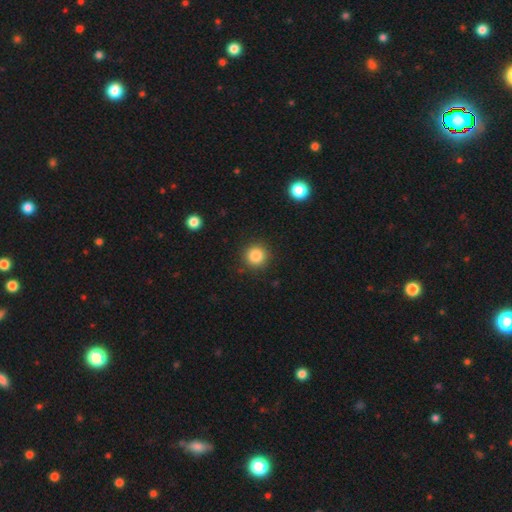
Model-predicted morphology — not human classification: Smooth or featured? smooth (85%)
How rounded? round (94%)
Merging? none (90%)